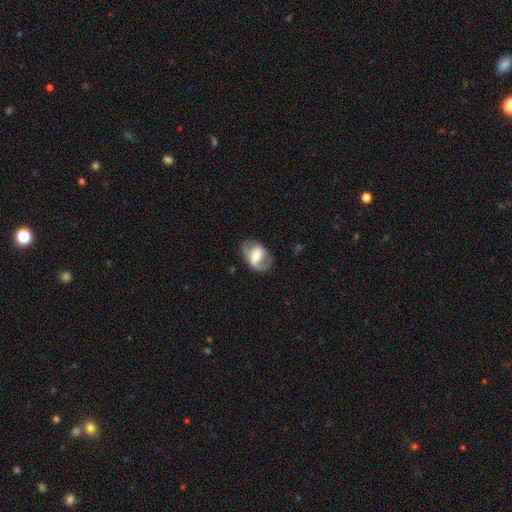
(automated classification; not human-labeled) smooth-or-featured: featured or disk: 55% | smooth: 38% | star or artifact: 7%
  disk-edge-on: no: 93% | yes: 7%
    bar: strong: 38% | weak: 35% | no: 27%
    has-spiral-arms: yes: 53% | no: 47%
    bulge-size: moderate: 48% | small: 25% | large: 20% | none: 4% | dominant: 3%
  merging: none: 64% | minor disturbance: 21% | major disturbance: 13% | merger: 2%